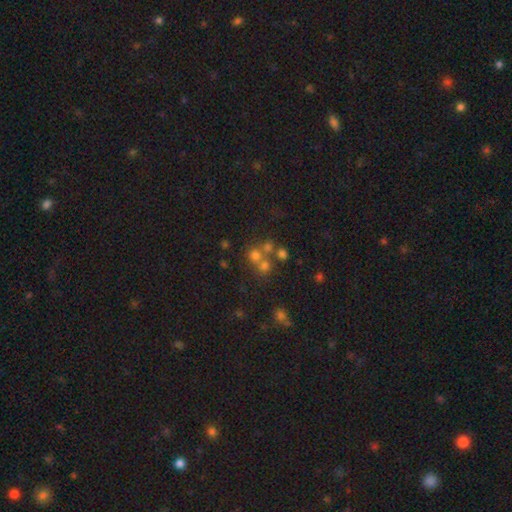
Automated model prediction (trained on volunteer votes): Smooth or featured?
  - smooth: 60% *
  - star or artifact: 24%
  - featured or disk: 16%
How rounded?
  - round: 87% *
  - in between: 12%
  - cigar-shaped: 1%
Merging?
  - none: 51% *
  - merger: 36%
  - minor disturbance: 8%
  - major disturbance: 5%